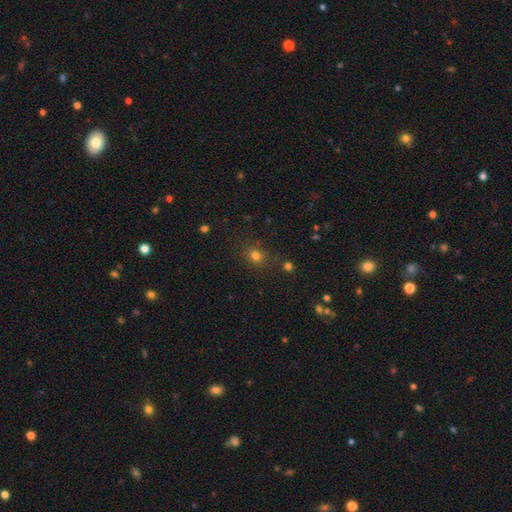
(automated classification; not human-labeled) smooth 77%, star or artifact 17%, featured or disk 6%. Down the decision tree: how rounded — round (71%); merging — none (81%).